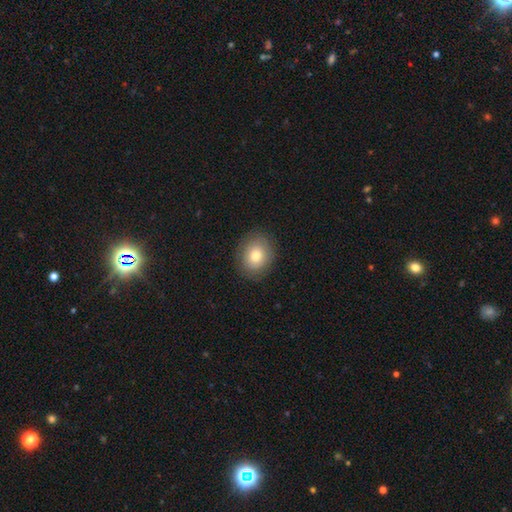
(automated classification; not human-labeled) A smooth galaxy with no disk features (78%) that is round (66%). Merging: none (86%).